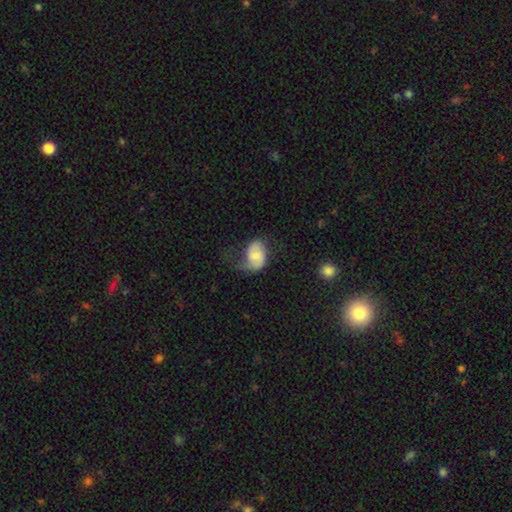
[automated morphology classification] A featured or disk galaxy (53%) with no bar (48%), spiral arms (84%) and a moderate central bulge (42%).

Vote fractions:
- Smooth or featured? featured or disk: 53% / smooth: 40% / star or artifact: 7%
- Edge-on disk? no: 97% / yes: 3%
- Bar? no: 48% / weak: 41% / strong: 10%
- Spiral arms? yes: 84% / no: 16%
- Bulge size? moderate: 42% / small: 36% / none: 12% / large: 8% / dominant: 2%
- Merging? major disturbance: 38% / none: 32% / minor disturbance: 28% / merger: 3%